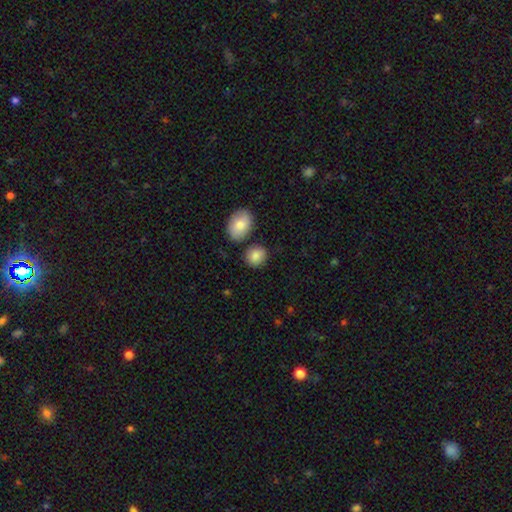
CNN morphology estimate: Smooth or featured? Predicted: smooth (p=0.86). How rounded? Predicted: round (p=0.61). Merging? Predicted: none (p=0.76).